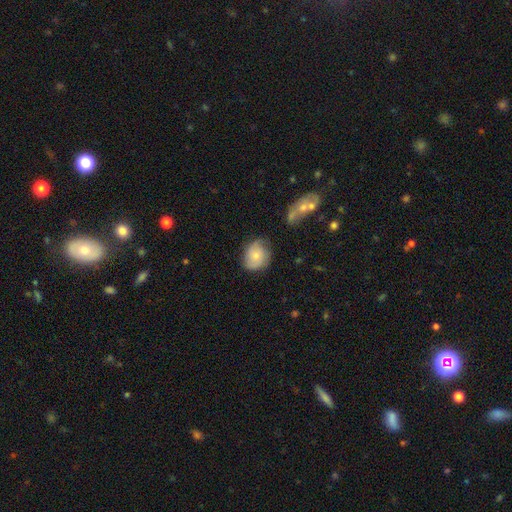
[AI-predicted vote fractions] Smooth or featured?
  - smooth: 61% *
  - featured or disk: 31%
  - star or artifact: 8%
How rounded?
  - round: 66% *
  - in between: 33%
  - cigar-shaped: 1%
Merging?
  - none: 61% *
  - minor disturbance: 28%
  - major disturbance: 8%
  - merger: 3%